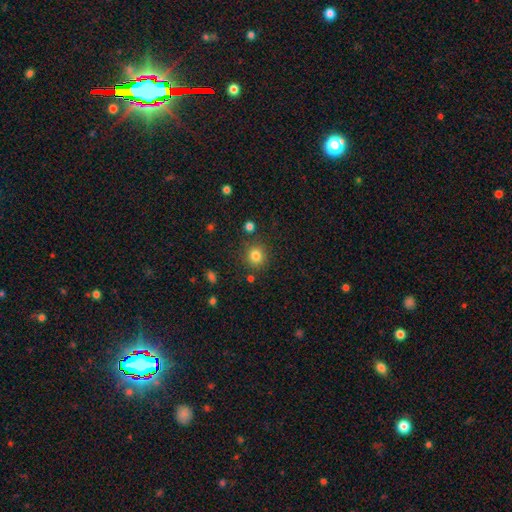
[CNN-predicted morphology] smooth-or-featured: smooth: 82% | star or artifact: 13% | featured or disk: 6%
  how-rounded: round: 90% | in between: 9% | cigar-shaped: 1%
  merging: none: 85% | minor disturbance: 8% | merger: 4% | major disturbance: 3%